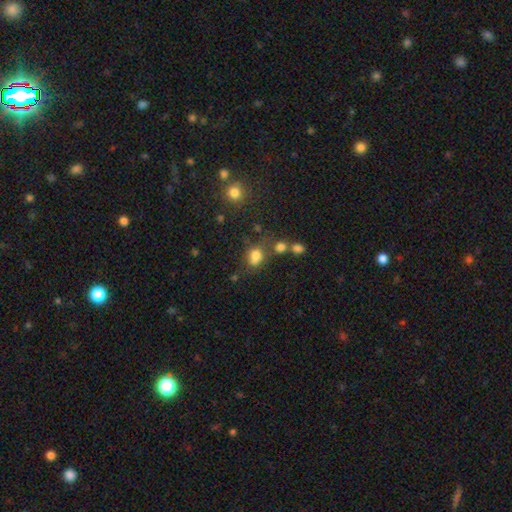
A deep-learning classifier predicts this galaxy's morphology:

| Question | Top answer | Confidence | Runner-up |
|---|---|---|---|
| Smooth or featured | smooth | 76% | star or artifact (15%) |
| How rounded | in between | 59% | round (39%) |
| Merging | none | 47% | merger (22%) |